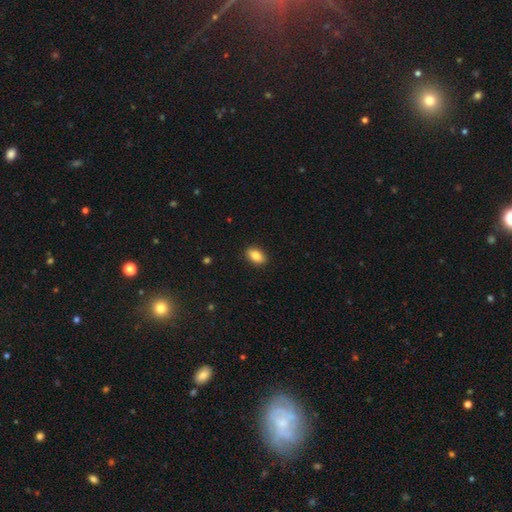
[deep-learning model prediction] This appears to be a smooth galaxy with no disk features (85%) that is in between round and cigar-shaped (88%). Merging: none (89%).